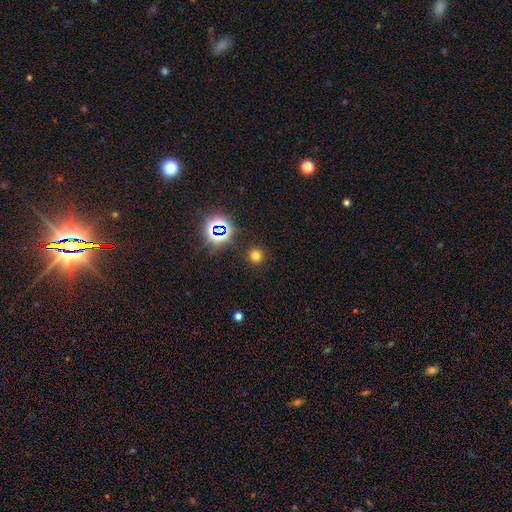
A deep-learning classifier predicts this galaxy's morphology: Smooth or featured? smooth (69%)
How rounded? round (94%)
Merging? none (90%)